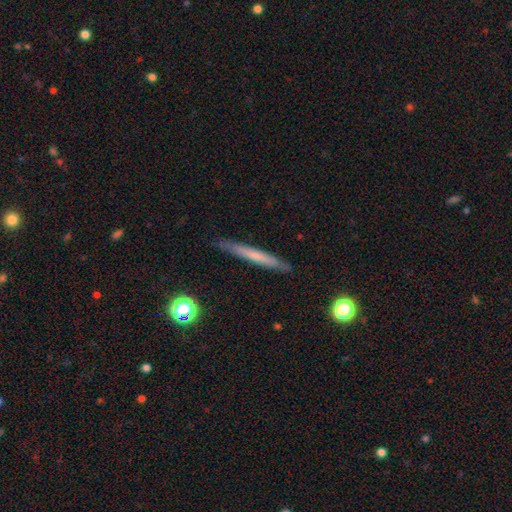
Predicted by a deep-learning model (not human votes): Q: Smooth or featured?
A: smooth (52%); runner-up: featured or disk (40%)
Q: How rounded?
A: cigar-shaped (96%); runner-up: in between (2%)
Q: Merging?
A: none (89%); runner-up: minor disturbance (9%)